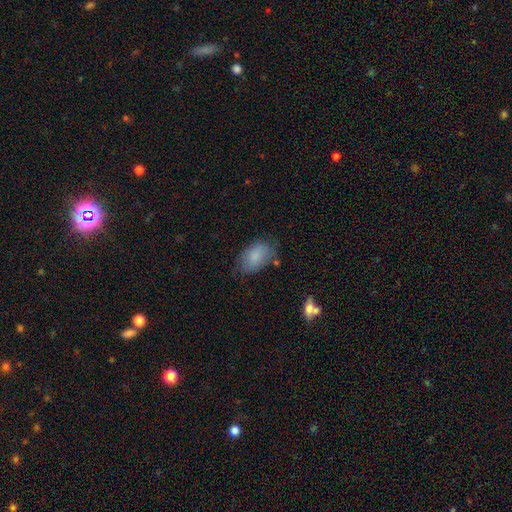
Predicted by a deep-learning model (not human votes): A smooth galaxy with no disk features (84%) that is in between round and cigar-shaped (90%). Merging: none (70%).